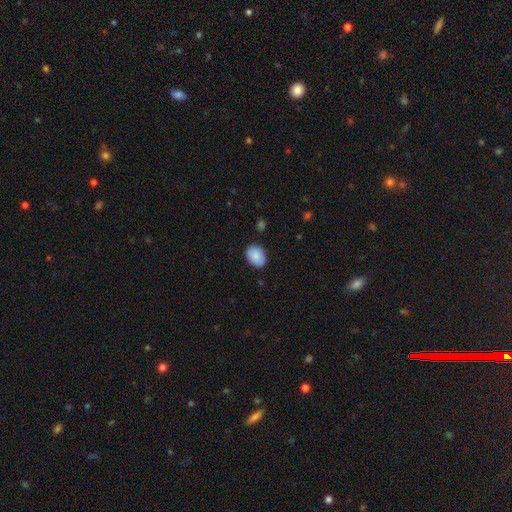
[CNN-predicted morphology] Smooth or featured?
  - smooth: 88% *
  - star or artifact: 7%
  - featured or disk: 5%
How rounded?
  - in between: 73% *
  - round: 26%
  - cigar-shaped: 1%
Merging?
  - none: 83% *
  - minor disturbance: 13%
  - major disturbance: 3%
  - merger: 1%